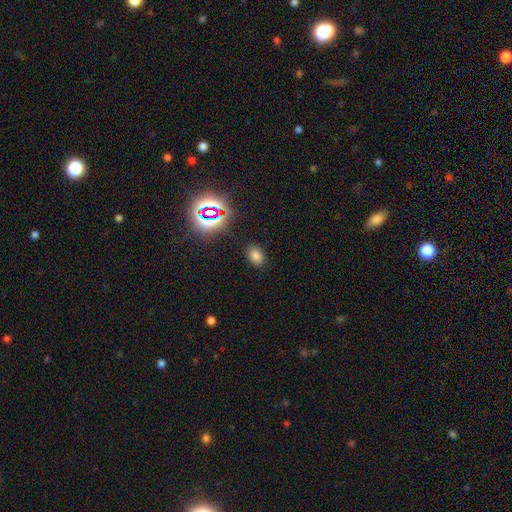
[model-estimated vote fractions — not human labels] smooth 73%, star or artifact 21%, featured or disk 6%. Down the decision tree: how rounded — in between (77%); merging — none (86%).